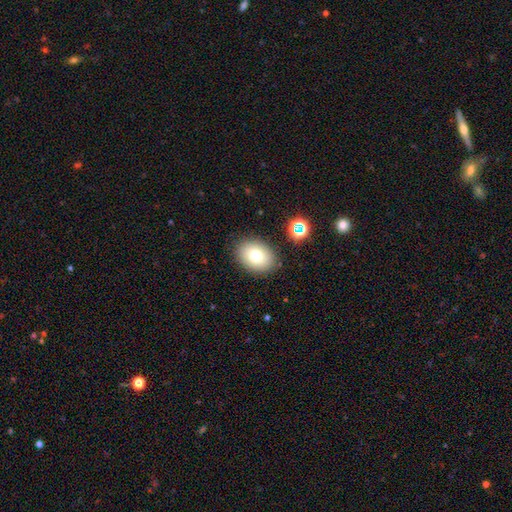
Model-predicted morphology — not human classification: Smooth or featured?
  - smooth: 76% *
  - featured or disk: 13%
  - star or artifact: 11%
How rounded?
  - in between: 68% *
  - round: 31%
  - cigar-shaped: 1%
Merging?
  - none: 87% *
  - minor disturbance: 9%
  - major disturbance: 3%
  - merger: 2%